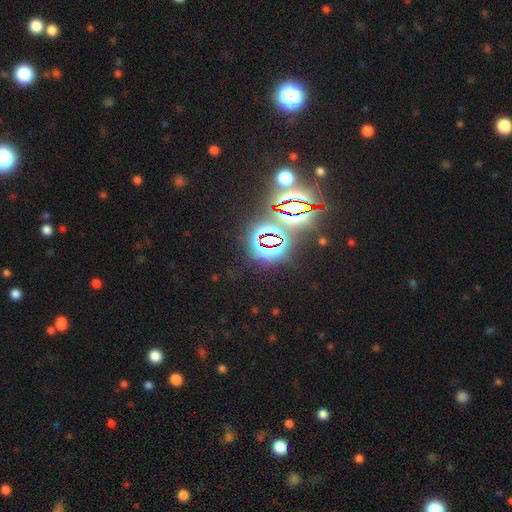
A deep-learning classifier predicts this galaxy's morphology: smooth_or_featured: star or artifact (p=0.80) [alt: smooth p=0.12]